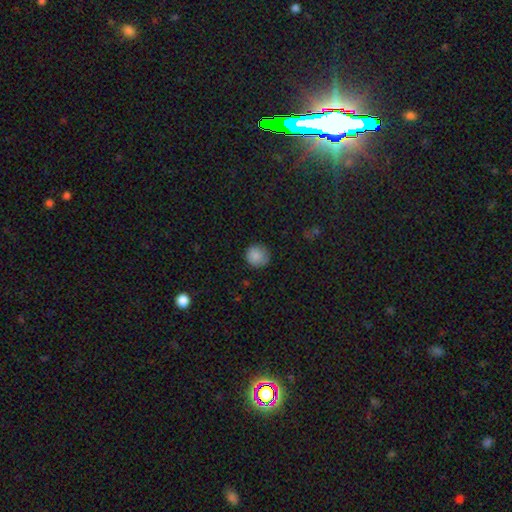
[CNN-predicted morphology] This appears to be a smooth galaxy with no disk features (87%) that is round (92%). Merging: none (87%).